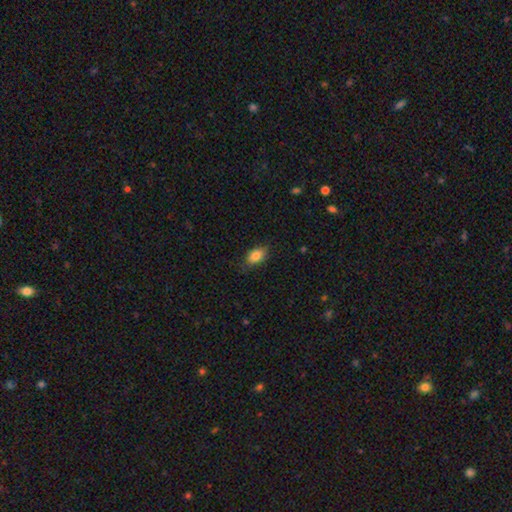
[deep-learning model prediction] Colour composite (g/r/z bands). It shows a smooth galaxy with no disk features (84%) that is in between round and cigar-shaped (86%). Merging: none (76%).